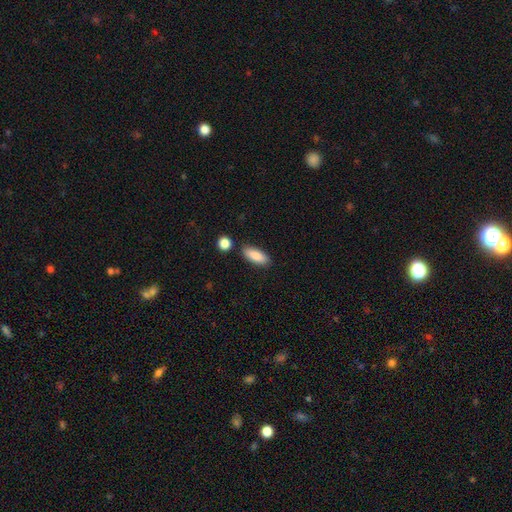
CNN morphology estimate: smooth-or-featured: smooth: 88% | star or artifact: 6% | featured or disk: 6%
  how-rounded: in between: 79% | cigar-shaped: 19% | round: 2%
  merging: none: 83% | minor disturbance: 10% | merger: 5% | major disturbance: 2%